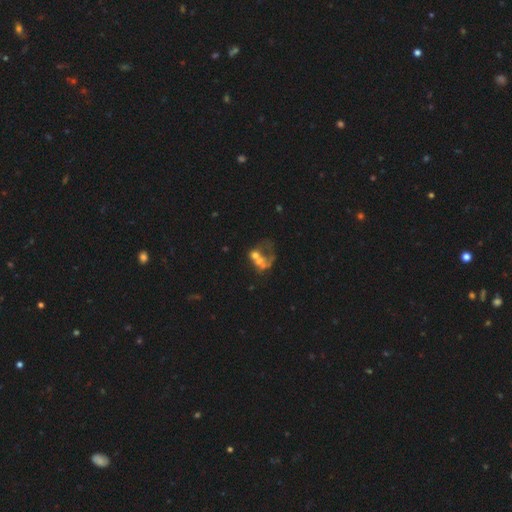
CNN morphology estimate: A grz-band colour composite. It shows a featured or disk galaxy (50%). Merging: merger (48%).